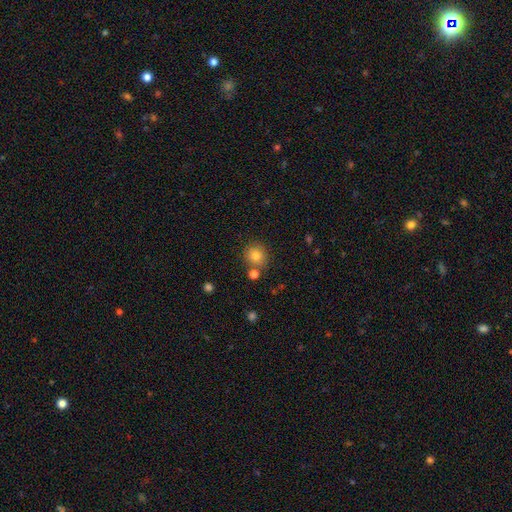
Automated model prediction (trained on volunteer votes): This is clearly a smooth galaxy (81%). How rounded: clearly round (88%). Merging: likely none (78%).